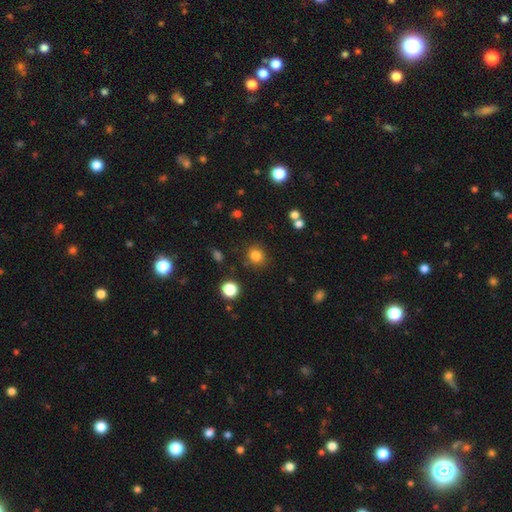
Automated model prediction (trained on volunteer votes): Smooth or featured: smooth — 82% (star or artifact — 13%)
How rounded: round — 83% (in between — 16%)
Merging: none — 84% (minor disturbance — 9%)